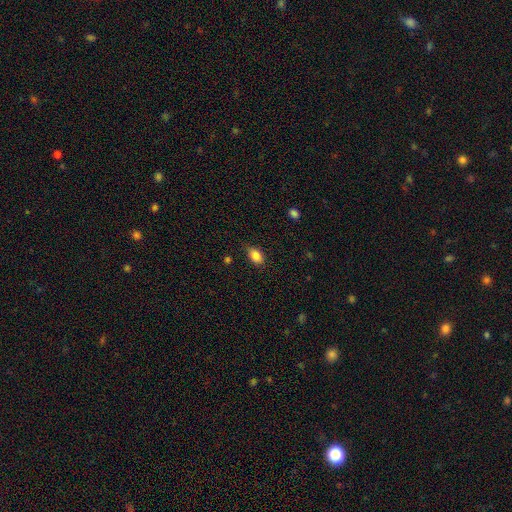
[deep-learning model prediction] Smooth or featured: smooth — 86% (star or artifact — 8%)
How rounded: in between — 87% (round — 11%)
Merging: none — 77% (minor disturbance — 18%)